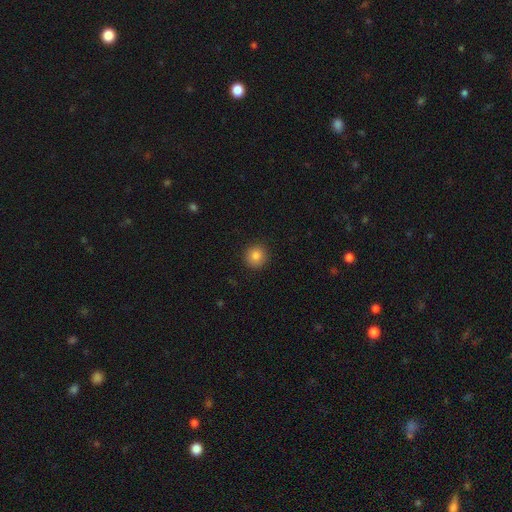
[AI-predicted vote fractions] Morphology: type=smooth (84%); roundness=round (93%); merging=none (91%).